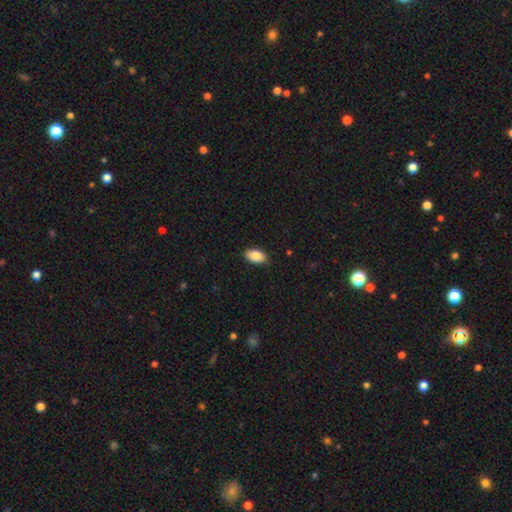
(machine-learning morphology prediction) smooth-or-featured: smooth: 86% | featured or disk: 7% | star or artifact: 7%
  how-rounded: in between: 93% | round: 5% | cigar-shaped: 2%
  merging: none: 88% | minor disturbance: 9% | major disturbance: 2% | merger: 1%